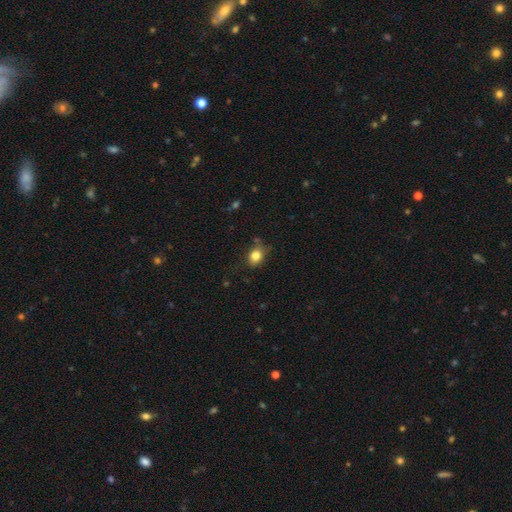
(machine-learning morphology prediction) This is clearly a smooth galaxy (82%). How rounded: possibly in between (51%). Merging: likely none (72%).